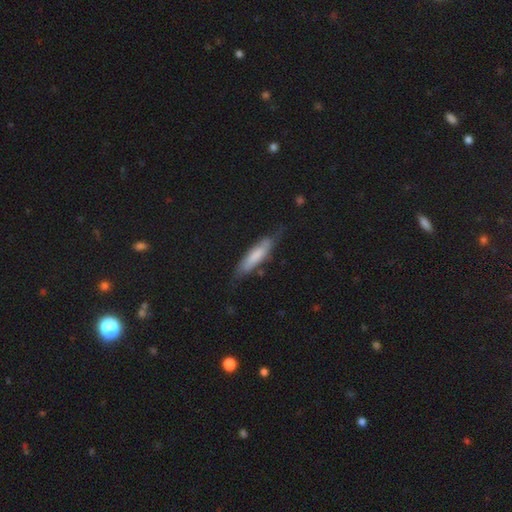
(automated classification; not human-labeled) smooth_or_featured: smooth (p=0.67) [alt: featured or disk p=0.27]
how_rounded: cigar-shaped (p=0.73) [alt: in between p=0.25]
merging: none (p=0.66) [alt: minor disturbance p=0.25]